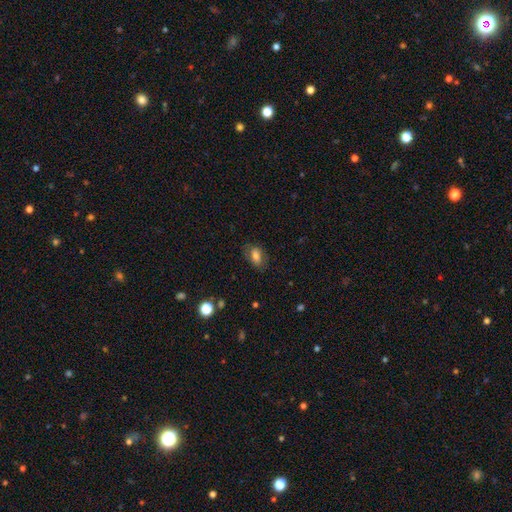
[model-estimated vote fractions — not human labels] Smooth or featured? smooth (73%)
How rounded? in between (87%)
Merging? none (73%)